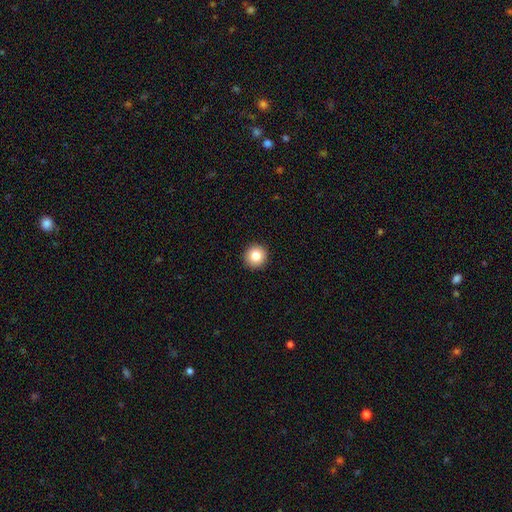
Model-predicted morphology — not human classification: Smooth or featured?
  - smooth: 83% *
  - star or artifact: 10%
  - featured or disk: 7%
How rounded?
  - round: 96% *
  - in between: 3%
  - cigar-shaped: 1%
Merging?
  - none: 93% *
  - minor disturbance: 4%
  - major disturbance: 1%
  - merger: 1%